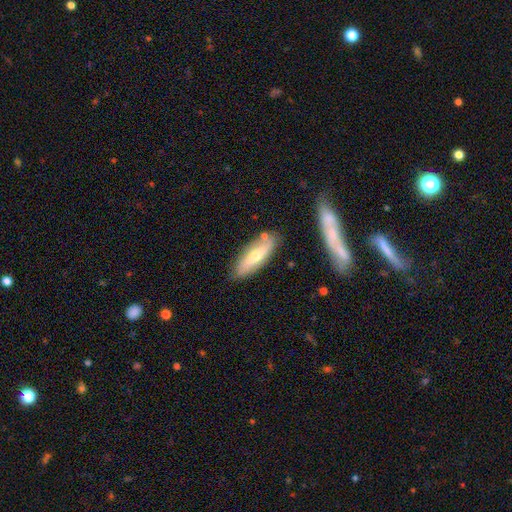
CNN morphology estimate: A smooth galaxy with no disk features (51%) that is in between round and cigar-shaped (49%, tied with cigar-shaped). Merging: none (79%).